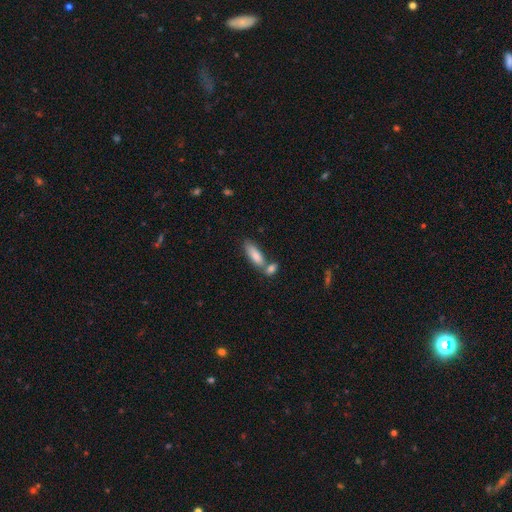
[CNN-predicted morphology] Smooth or featured: smooth — 77% (featured or disk — 15%)
How rounded: in between — 52% (cigar-shaped — 46%)
Merging: none — 53% (merger — 33%)